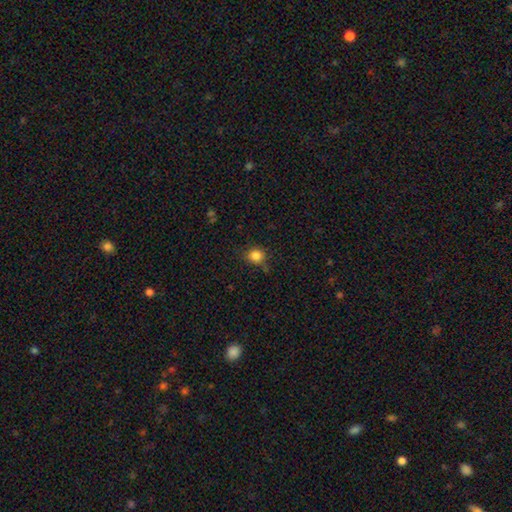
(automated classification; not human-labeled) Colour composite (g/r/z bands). It shows a smooth galaxy with no disk features (84%) that is round (81%). Merging: none (76%).